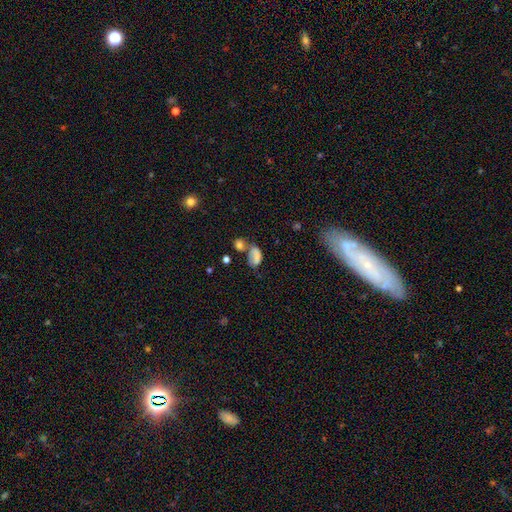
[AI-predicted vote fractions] Morphology: type=smooth (63%); roundness=in between (84%); merging=merger (37%).